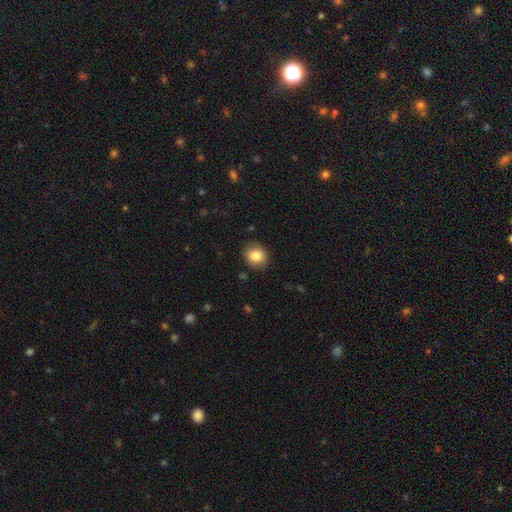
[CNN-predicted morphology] A smooth galaxy with no disk features (85%) that is round (70%).

Vote fractions:
- Smooth or featured? smooth: 85% / star or artifact: 9% / featured or disk: 6%
- How rounded? round: 70% / in between: 29% / cigar-shaped: 1%
- Merging? none: 85% / minor disturbance: 11% / major disturbance: 3% / merger: 1%